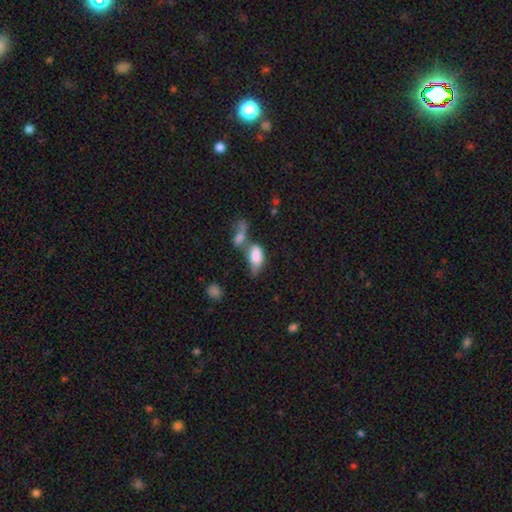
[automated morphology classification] This appears to be a smooth galaxy with no disk features (77%) that is in between round and cigar-shaped (90%). Merging: merger (54%).